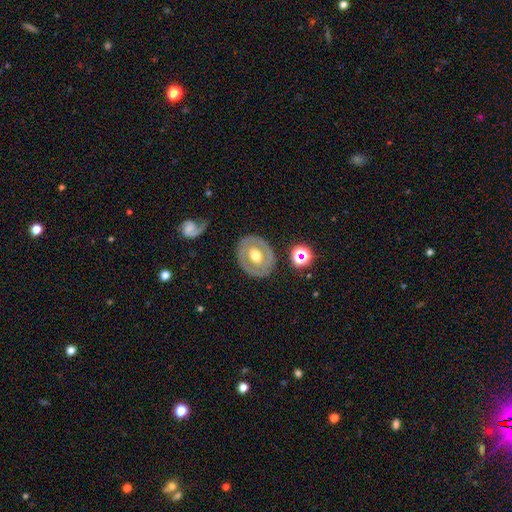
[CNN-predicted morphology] Smooth or featured? featured or disk (58%)
Edge-on disk? no (94%)
Bar? no (70%)
Spiral arms? no (76%)
Bulge size? moderate (67%)
Merging? none (80%)